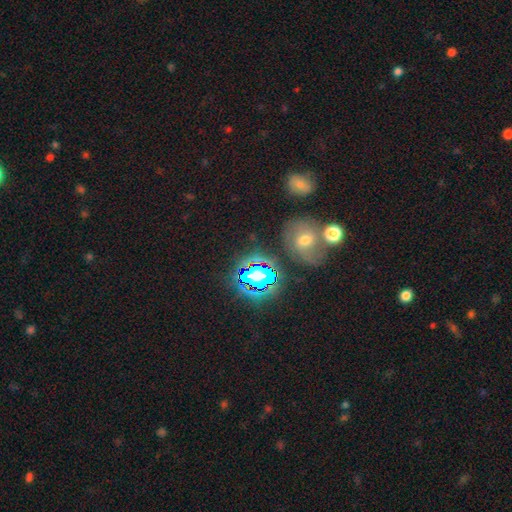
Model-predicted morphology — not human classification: Smooth or featured?
  - star or artifact: 59% *
  - smooth: 25%
  - featured or disk: 16%